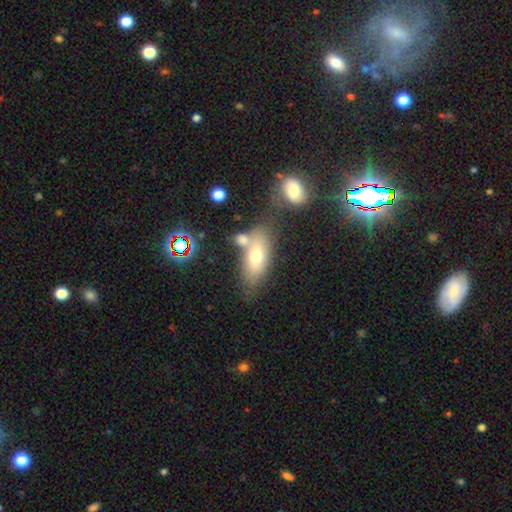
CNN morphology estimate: smooth 63%, featured or disk 26%, star or artifact 11%. Down the decision tree: how rounded — in between (81%); merging — none (52%).